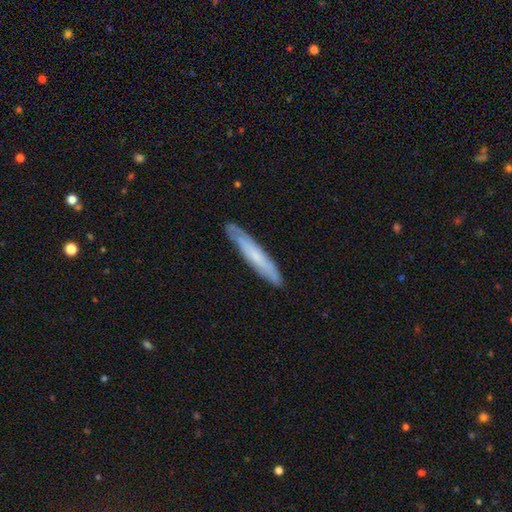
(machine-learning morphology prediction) A smooth galaxy with no disk features (48%).

Vote fractions:
- Smooth or featured? smooth: 48% / featured or disk: 45% / star or artifact: 6%
- Merging? none: 84% / minor disturbance: 12% / major disturbance: 2% / merger: 1%